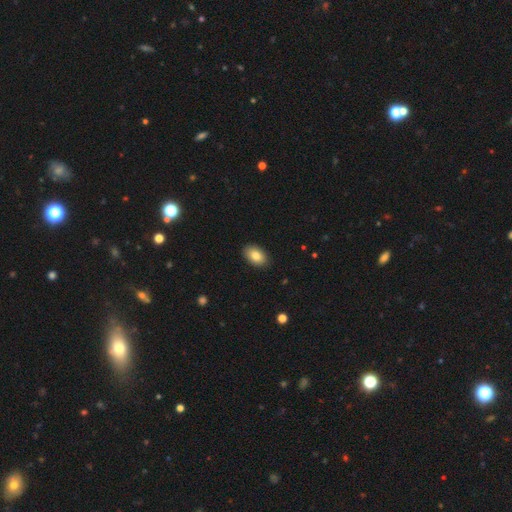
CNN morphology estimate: type=smooth (84%); roundness=in between (91%); merging=none (89%).